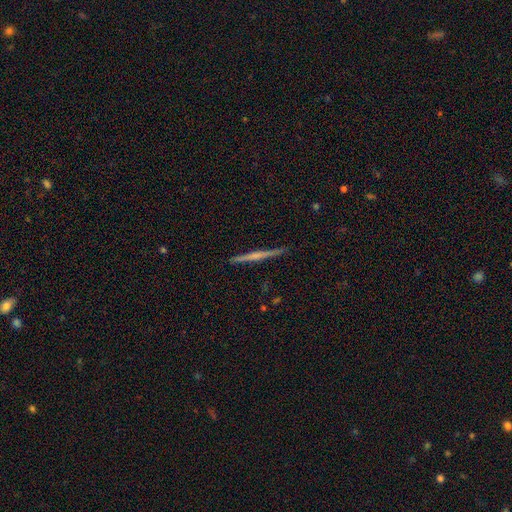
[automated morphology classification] Smooth or featured? Predicted: featured or disk (p=0.65). Edge-on disk? Predicted: yes (p=0.98). Edge-on bulge? Predicted: none (p=0.49). Merging? Predicted: none (p=0.92).